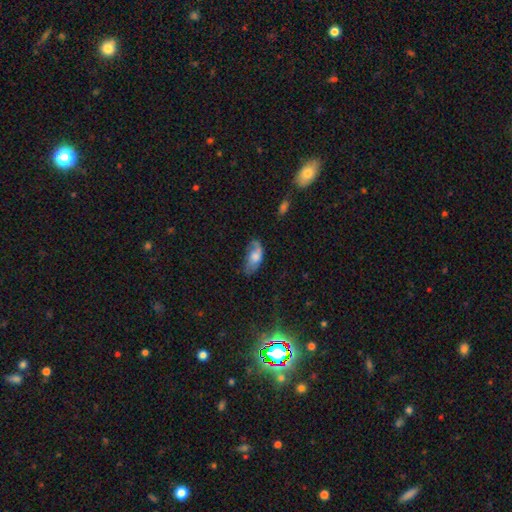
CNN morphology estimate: smooth 60%, featured or disk 32%, star or artifact 8%. Down the decision tree: how rounded — in between (89%); merging — none (43%).